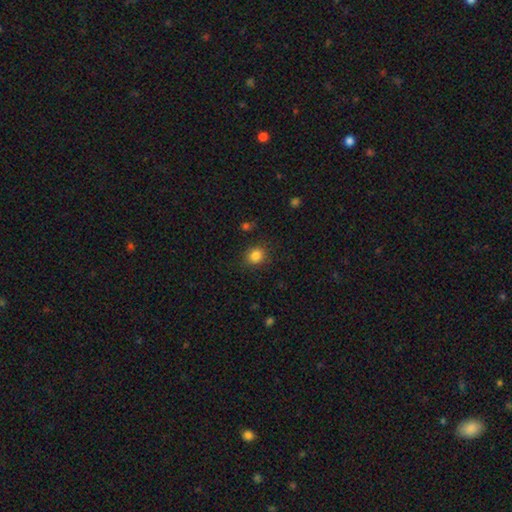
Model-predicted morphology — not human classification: A smooth galaxy with no disk features (84%) that is round (76%). Merging: none (87%).